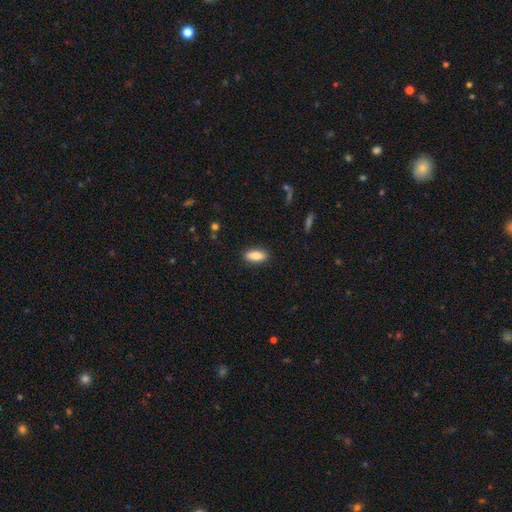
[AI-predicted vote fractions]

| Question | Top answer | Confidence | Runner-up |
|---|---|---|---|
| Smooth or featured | smooth | 81% | featured or disk (12%) |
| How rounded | in between | 78% | cigar-shaped (19%) |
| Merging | none | 88% | minor disturbance (9%) |